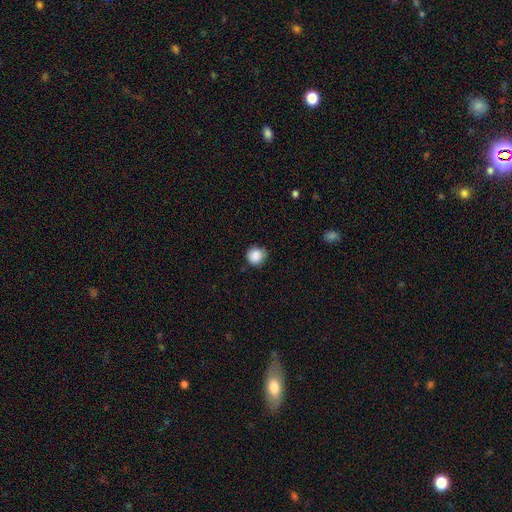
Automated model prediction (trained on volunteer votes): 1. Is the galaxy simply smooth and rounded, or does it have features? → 88% smooth, 9% star or artifact, 3% featured or disk.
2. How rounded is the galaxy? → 89% round, 10% in between, 1% cigar-shaped.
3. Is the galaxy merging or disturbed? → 74% none, 20% minor disturbance, 4% major disturbance, 2% merger.